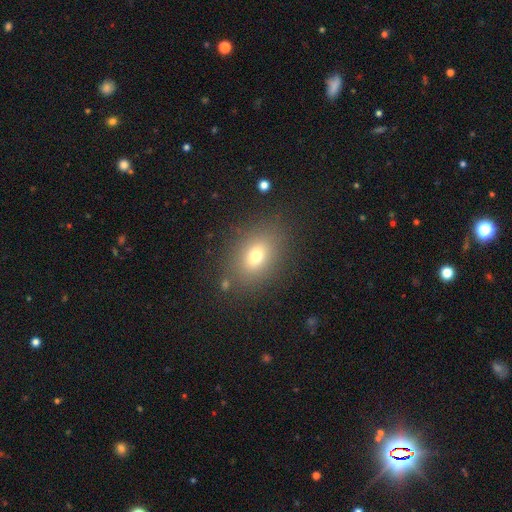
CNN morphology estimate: A smooth galaxy with no disk features (71%) that is in between round and cigar-shaped (66%). Merging: none (83%).